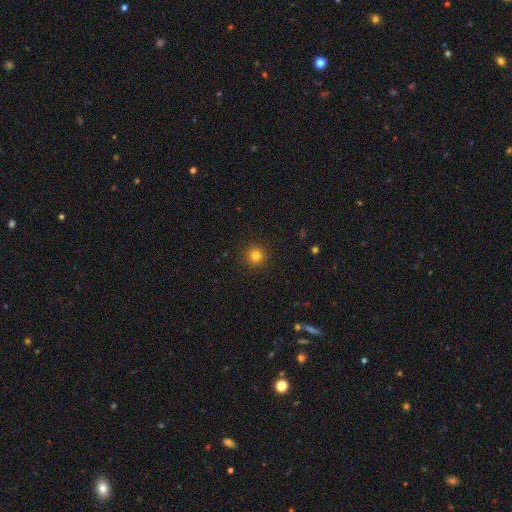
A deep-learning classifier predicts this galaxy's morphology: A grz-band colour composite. It shows a smooth galaxy with no disk features (81%) that is round (95%). Merging: none (93%).